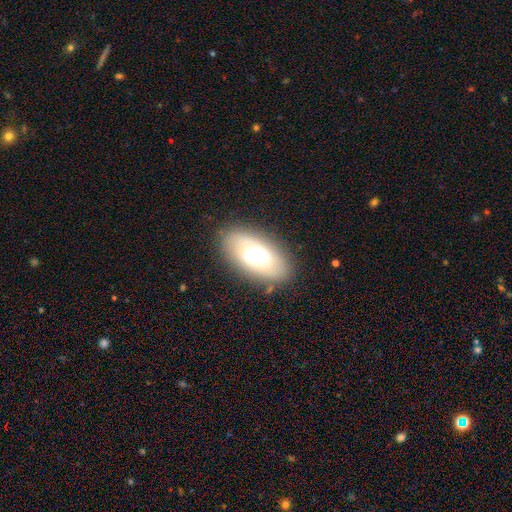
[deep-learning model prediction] Smooth or featured: smooth — 50% (featured or disk — 41%)
Merging: none — 81% (minor disturbance — 12%)